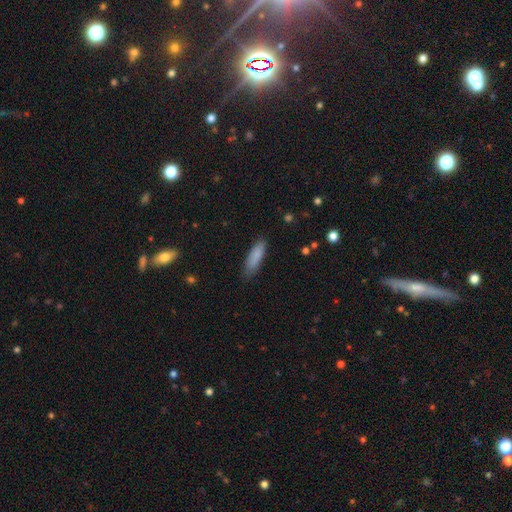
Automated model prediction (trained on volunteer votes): This is clearly a smooth galaxy (86%). How rounded: possibly cigar-shaped (55%). Merging: likely none (79%).